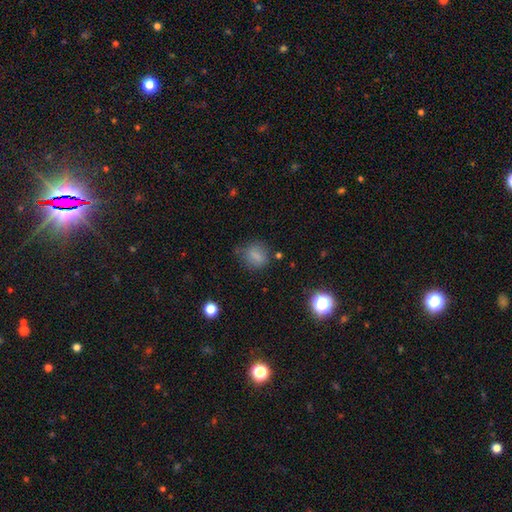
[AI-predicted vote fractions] This is likely a smooth galaxy (76%). How rounded: possibly round (59%). Merging: likely none (61%).